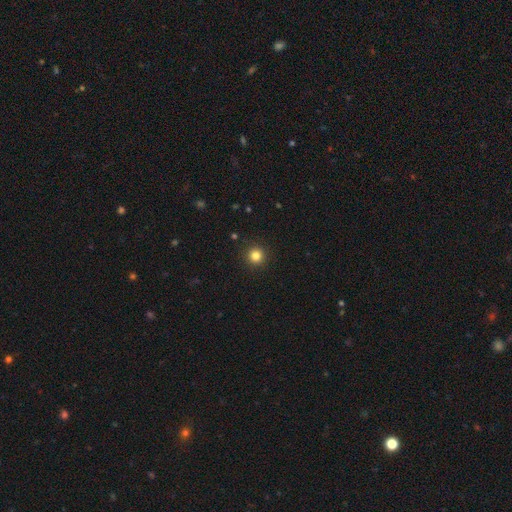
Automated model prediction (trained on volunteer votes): smooth-or-featured: smooth: 83% | star or artifact: 13% | featured or disk: 5%
  how-rounded: round: 96% | in between: 3% | cigar-shaped: 1%
  merging: none: 93% | minor disturbance: 5% | major disturbance: 2% | merger: 1%